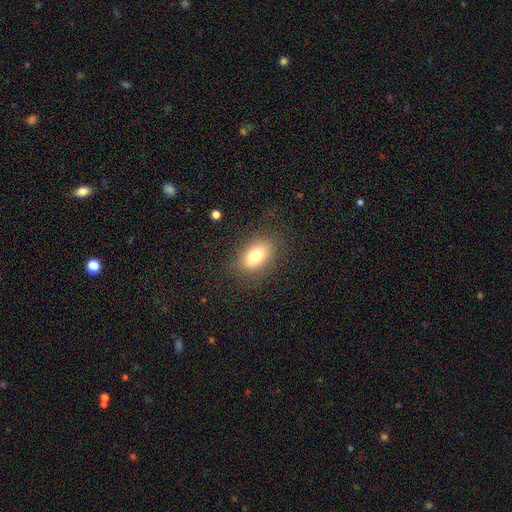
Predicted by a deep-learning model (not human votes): Overall: smooth (76%). How rounded: in between (86%). Merging: none (83%).